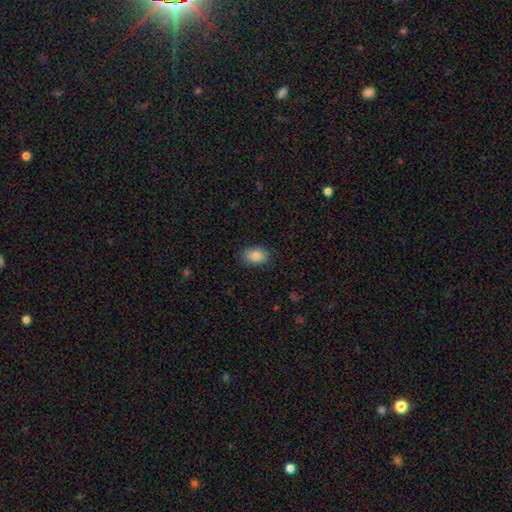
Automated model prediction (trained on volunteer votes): smooth-or-featured: smooth: 88% | star or artifact: 8% | featured or disk: 4%
  how-rounded: in between: 82% | round: 17% | cigar-shaped: 1%
  merging: none: 85% | minor disturbance: 11% | major disturbance: 3% | merger: 1%